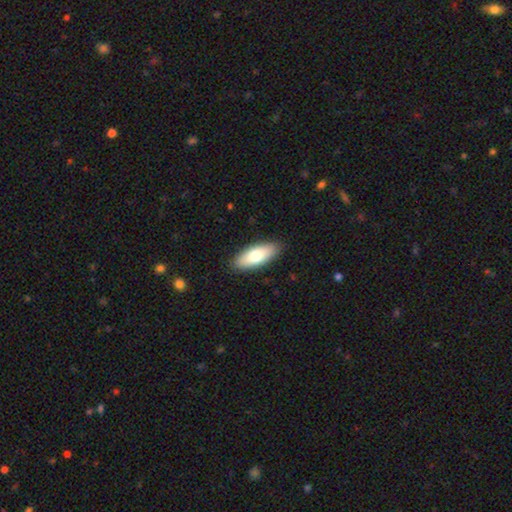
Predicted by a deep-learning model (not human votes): A smooth galaxy with no disk features (75%) that is in between round and cigar-shaped (78%).

Vote fractions:
- Smooth or featured? smooth: 75% / featured or disk: 19% / star or artifact: 6%
- How rounded? in between: 78% / cigar-shaped: 20% / round: 2%
- Merging? none: 89% / minor disturbance: 8% / major disturbance: 2% / merger: 1%